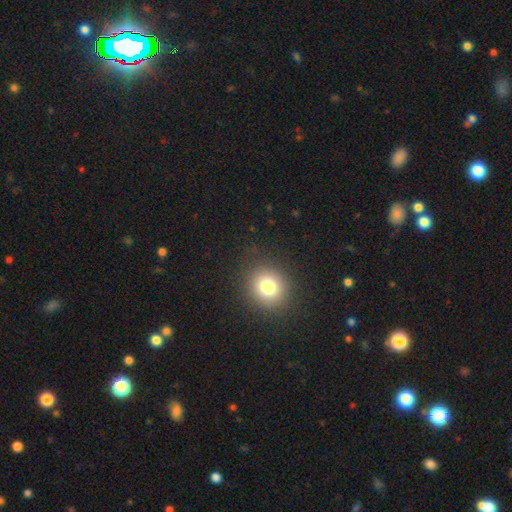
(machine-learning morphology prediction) smooth_or_featured: smooth (p=0.65) [alt: star or artifact p=0.29]
how_rounded: round (p=0.91) [alt: in between p=0.08]
merging: none (p=0.93) [alt: minor disturbance p=0.04]